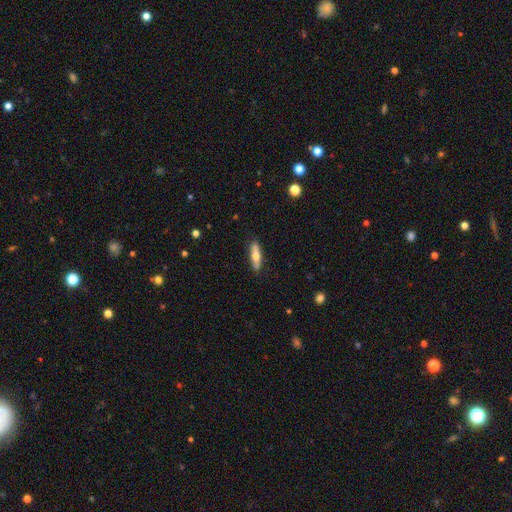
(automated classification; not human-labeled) Smooth or featured: smooth — 57% (featured or disk — 37%)
How rounded: cigar-shaped — 64% (in between — 33%)
Merging: none — 89% (minor disturbance — 9%)